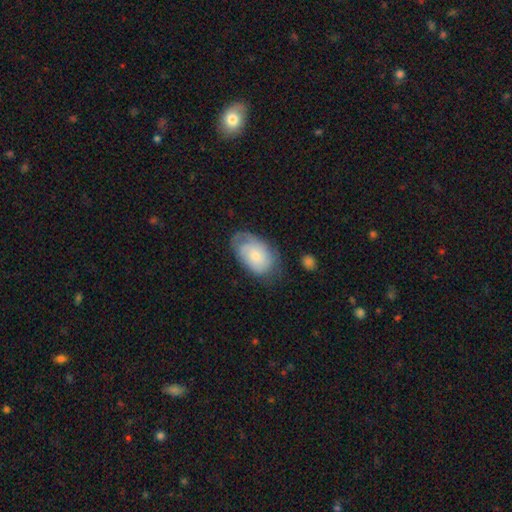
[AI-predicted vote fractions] Smooth or featured: smooth — 49% (featured or disk — 45%)
Merging: none — 59% (minor disturbance — 27%)